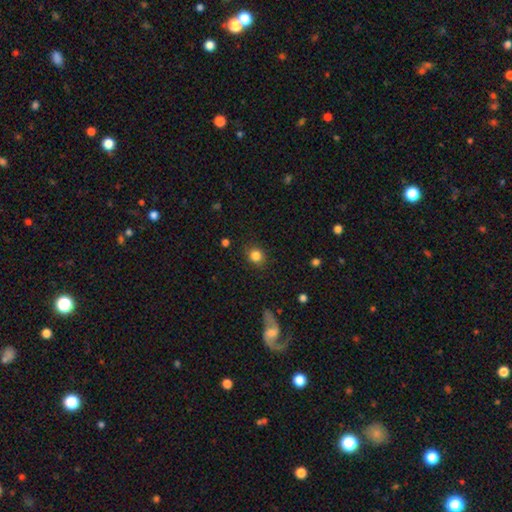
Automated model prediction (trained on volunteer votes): A smooth galaxy with no disk features (84%) that is round (78%).

Vote fractions:
- Smooth or featured? smooth: 84% / star or artifact: 11% / featured or disk: 5%
- How rounded? round: 78% / in between: 21% / cigar-shaped: 1%
- Merging? none: 85% / minor disturbance: 10% / major disturbance: 3% / merger: 2%